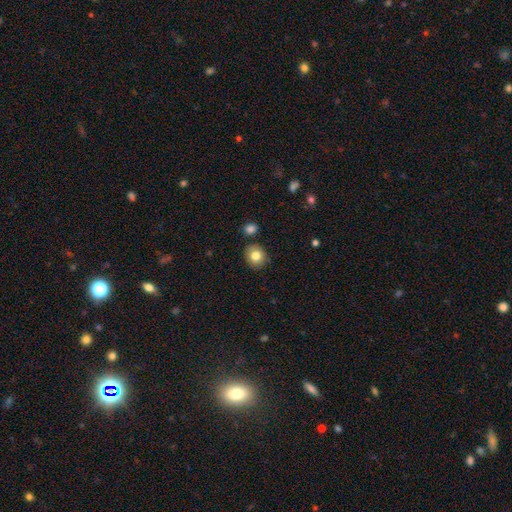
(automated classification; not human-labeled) smooth 82%, star or artifact 9%, featured or disk 9%. Down the decision tree: how rounded — round (78%); merging — none (84%).